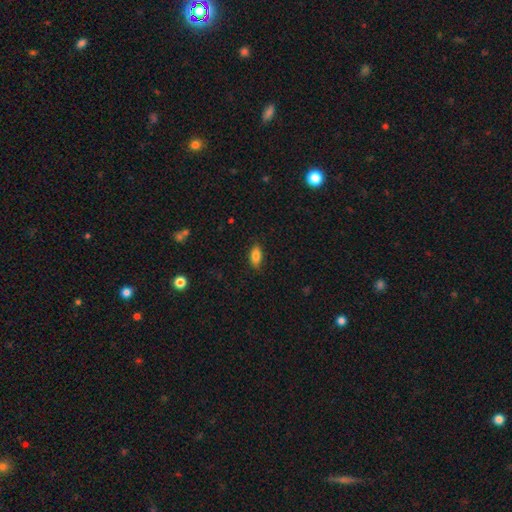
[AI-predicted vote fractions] The model was most divided on "merging": none: 85%, minor disturbance: 11%, major disturbance: 2%, merger: 1%. More confident: how rounded — in between (87%); smooth or featured — smooth (84%).